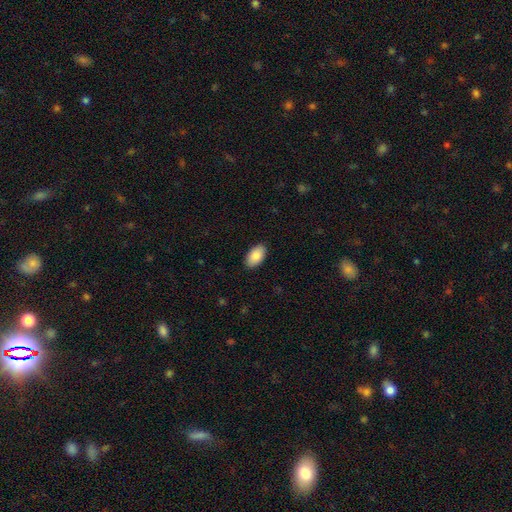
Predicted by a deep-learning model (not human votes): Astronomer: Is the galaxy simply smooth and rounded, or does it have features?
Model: smooth — 89%.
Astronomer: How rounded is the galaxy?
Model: in between — 95%.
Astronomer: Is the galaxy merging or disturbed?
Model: none — 89%.